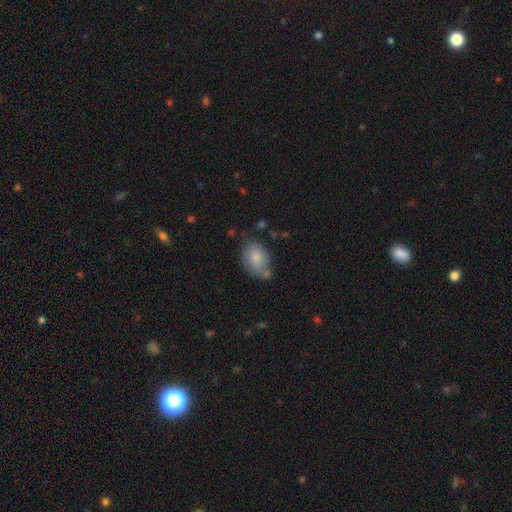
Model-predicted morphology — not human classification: Smooth or featured?
  - smooth: 79% *
  - featured or disk: 11%
  - star or artifact: 9%
How rounded?
  - in between: 77% *
  - round: 21%
  - cigar-shaped: 1%
Merging?
  - none: 62% *
  - minor disturbance: 24%
  - merger: 8%
  - major disturbance: 6%